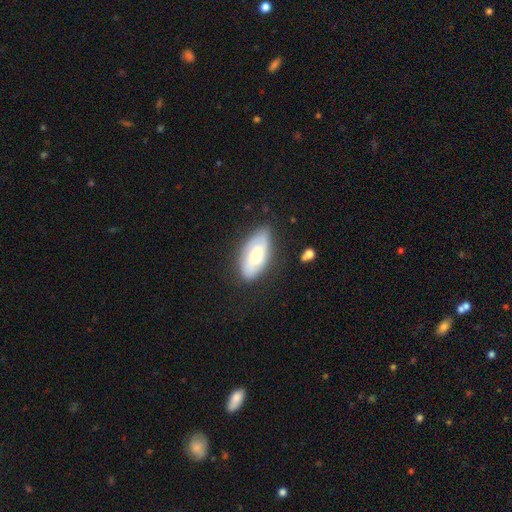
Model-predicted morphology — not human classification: A smooth galaxy with no disk features (50%). Merging: none (74%).